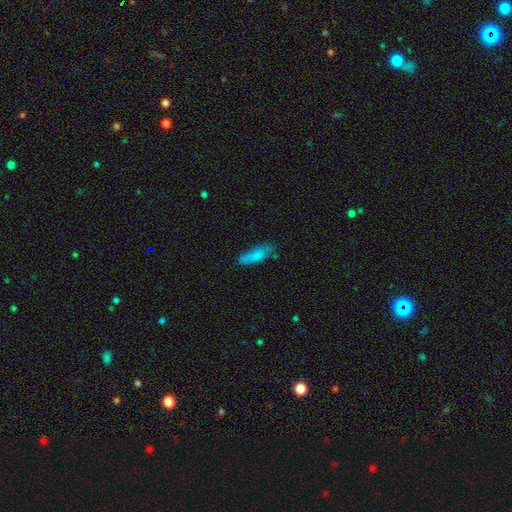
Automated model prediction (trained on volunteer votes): smooth-or-featured: smooth: 80% | featured or disk: 12% | star or artifact: 8%
  how-rounded: cigar-shaped: 54% | in between: 44% | round: 2%
  merging: none: 65% | minor disturbance: 25% | major disturbance: 7% | merger: 3%